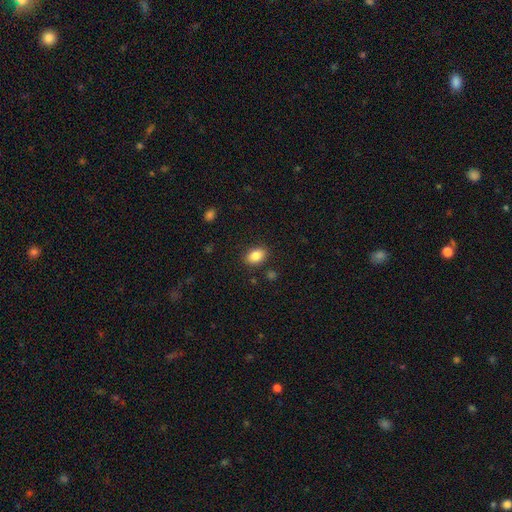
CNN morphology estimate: Smooth or featured?
  - smooth: 86% *
  - star or artifact: 8%
  - featured or disk: 6%
How rounded?
  - in between: 82% *
  - round: 17%
  - cigar-shaped: 1%
Merging?
  - none: 86% *
  - minor disturbance: 9%
  - major disturbance: 3%
  - merger: 2%